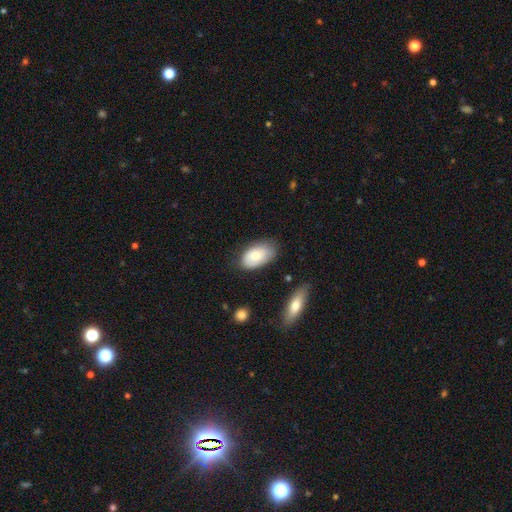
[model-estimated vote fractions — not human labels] Smooth or featured?
  - smooth: 74% *
  - featured or disk: 19%
  - star or artifact: 7%
How rounded?
  - in between: 94% *
  - round: 5%
  - cigar-shaped: 2%
Merging?
  - none: 70% *
  - minor disturbance: 22%
  - major disturbance: 5%
  - merger: 3%